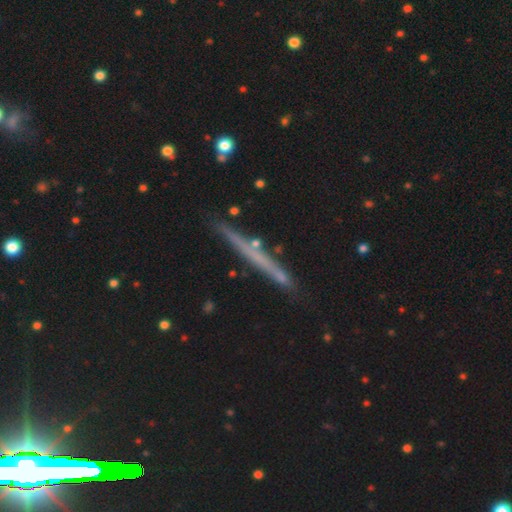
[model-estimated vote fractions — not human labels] smooth_or_featured: featured or disk (p=0.55) [alt: smooth p=0.36]
disk_edge_on: yes (p=0.95) [alt: no p=0.05]
edge_on_bulge: none (p=0.87) [alt: rounded p=0.08]
merging: none (p=0.83) [alt: minor disturbance p=0.11]